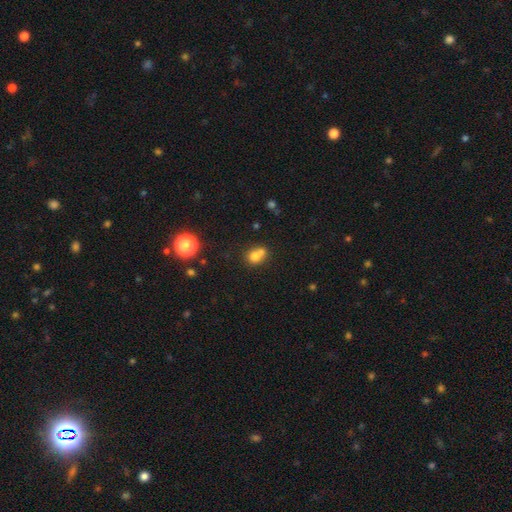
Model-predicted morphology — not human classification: Overall: smooth (72%). How rounded: round (70%). Merging: merger (55%; none 33%).